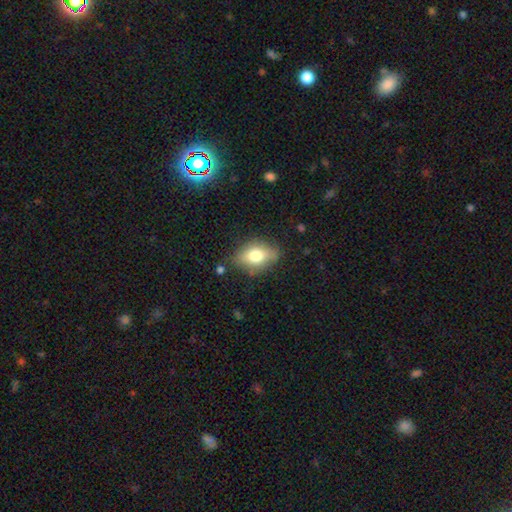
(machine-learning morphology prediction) Smooth or featured: smooth — 71% (featured or disk — 21%)
How rounded: in between — 80% (round — 17%)
Merging: none — 74% (minor disturbance — 19%)